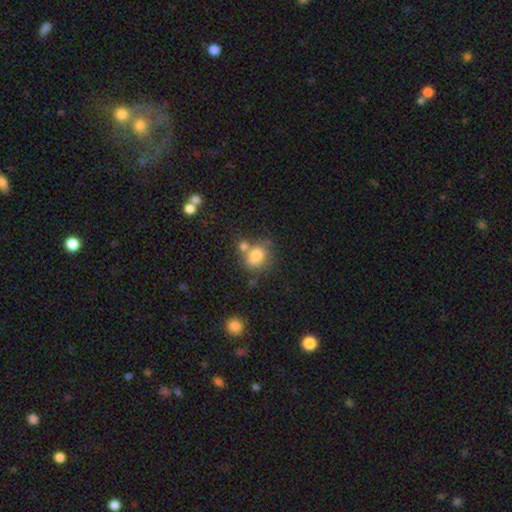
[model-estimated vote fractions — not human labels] Smooth or featured? Predicted: smooth (p=0.81). How rounded? Predicted: in between (p=0.51). Merging? Predicted: none (p=0.48).